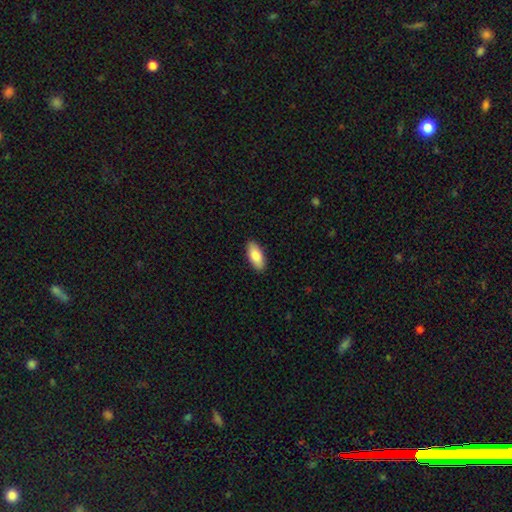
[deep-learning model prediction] smooth_or_featured: smooth (p=0.86) [alt: featured or disk p=0.09]
how_rounded: in between (p=0.85) [alt: cigar-shaped p=0.14]
merging: none (p=0.90) [alt: minor disturbance p=0.08]